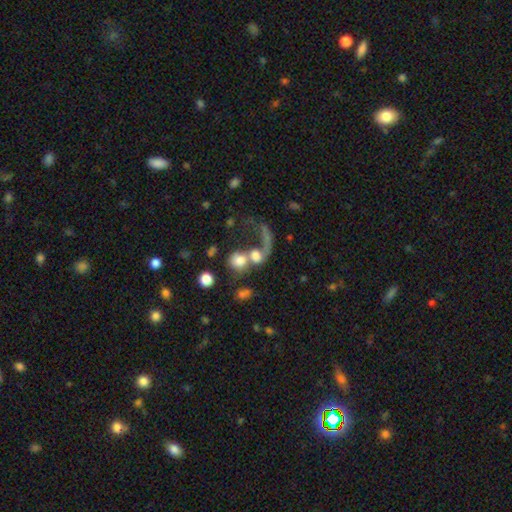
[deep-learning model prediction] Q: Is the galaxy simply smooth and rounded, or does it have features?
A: smooth — 50%.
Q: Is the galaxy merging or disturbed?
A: merger — 62%.